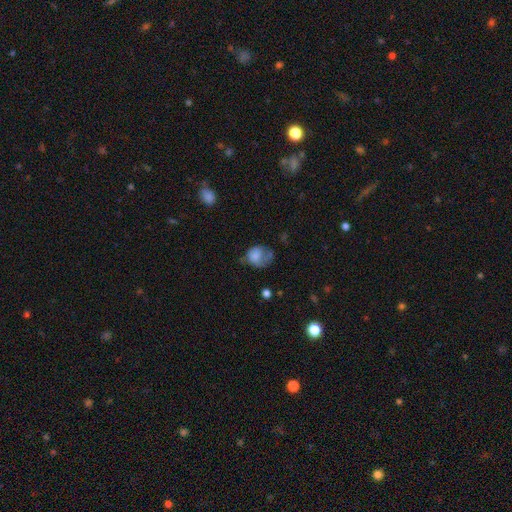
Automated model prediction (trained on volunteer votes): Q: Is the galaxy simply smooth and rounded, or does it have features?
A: smooth — 73%.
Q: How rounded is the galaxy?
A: round — 55%.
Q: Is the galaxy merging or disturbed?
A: major disturbance — 35%.